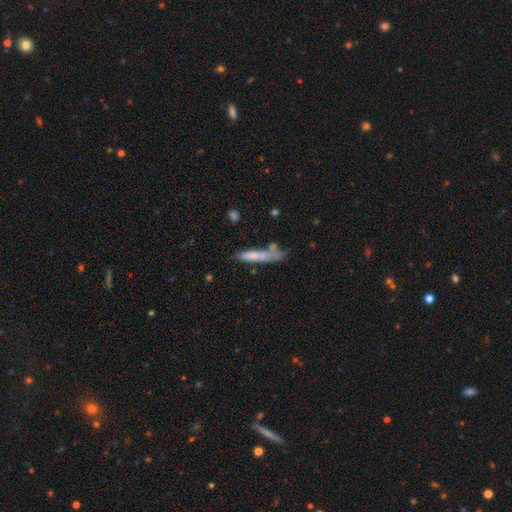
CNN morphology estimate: type=smooth (64%); roundness=cigar-shaped (81%); merging=none (43%).